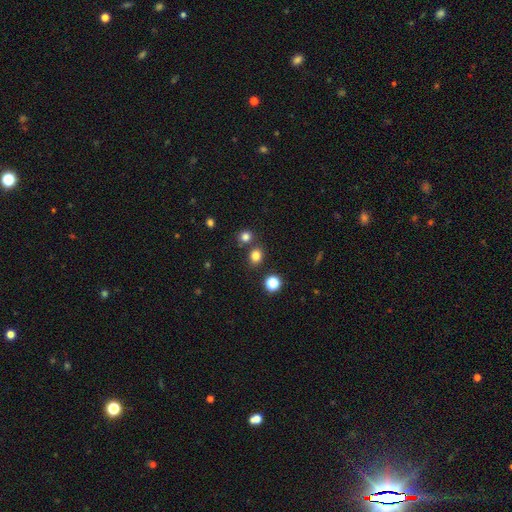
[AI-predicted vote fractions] Overall: smooth (79%). How rounded: round (70%). Merging: none (75%).